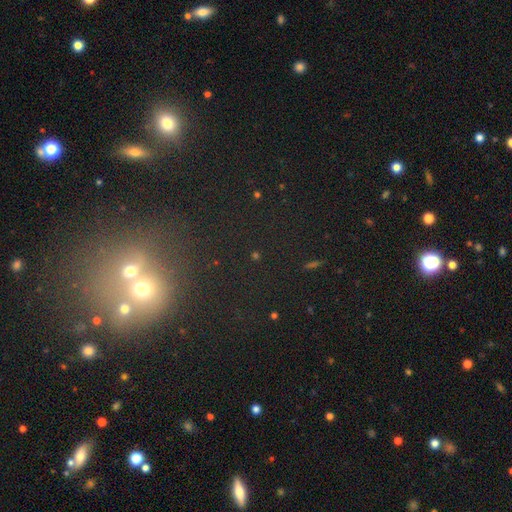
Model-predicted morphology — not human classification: This is possibly a star or artifact rather than a galaxy (58%).